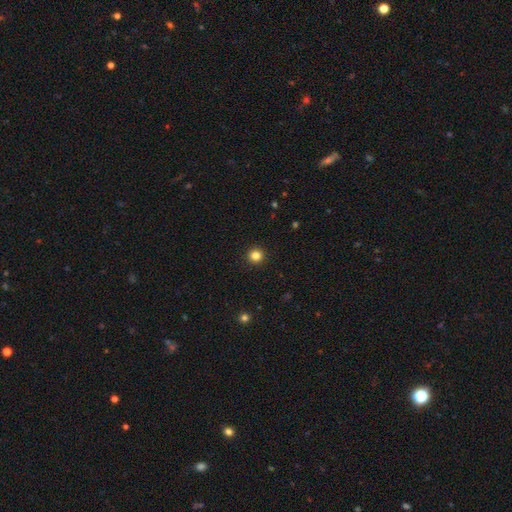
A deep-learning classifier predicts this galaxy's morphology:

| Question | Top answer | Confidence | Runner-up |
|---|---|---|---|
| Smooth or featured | smooth | 83% | star or artifact (13%) |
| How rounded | round | 95% | in between (4%) |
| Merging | none | 93% | minor disturbance (4%) |